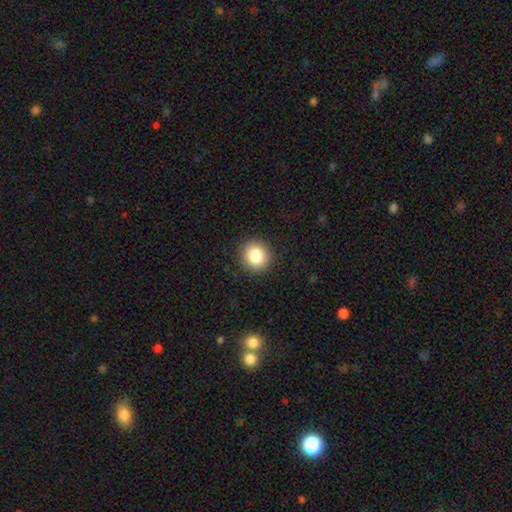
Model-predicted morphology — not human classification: Smooth or featured?
  - smooth: 84% *
  - star or artifact: 10%
  - featured or disk: 6%
How rounded?
  - round: 88% *
  - in between: 11%
  - cigar-shaped: 1%
Merging?
  - none: 91% *
  - minor disturbance: 6%
  - major disturbance: 2%
  - merger: 1%